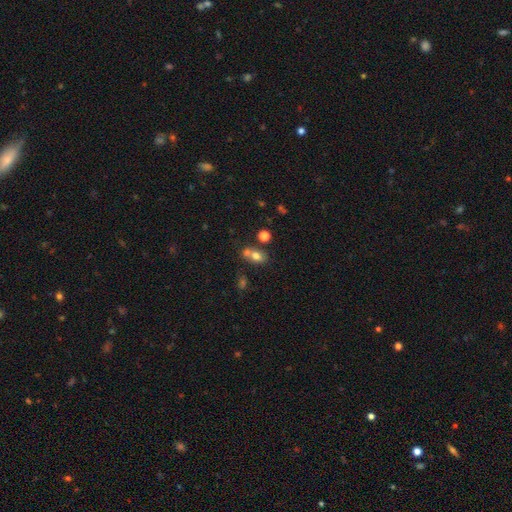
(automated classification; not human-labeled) A smooth galaxy with no disk features (71%) that is in between round and cigar-shaped (67%).

Vote fractions:
- Smooth or featured? smooth: 71% / featured or disk: 15% / star or artifact: 13%
- How rounded? in between: 67% / round: 31% / cigar-shaped: 3%
- Merging? merger: 43% / none: 41% / minor disturbance: 11% / major disturbance: 5%